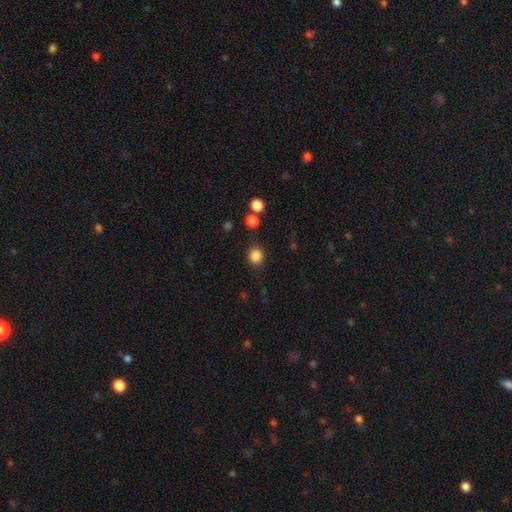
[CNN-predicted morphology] type=smooth (85%); roundness=round (85%); merging=none (85%).